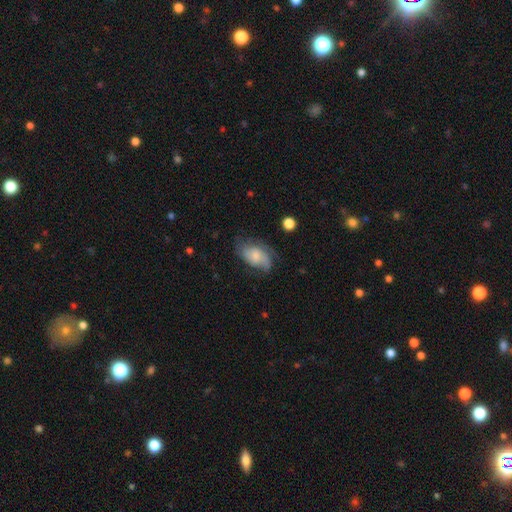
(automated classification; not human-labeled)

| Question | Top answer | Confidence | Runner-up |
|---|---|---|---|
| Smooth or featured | smooth | 51% | featured or disk (42%) |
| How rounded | in between | 90% | round (8%) |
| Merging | none | 53% | minor disturbance (30%) |